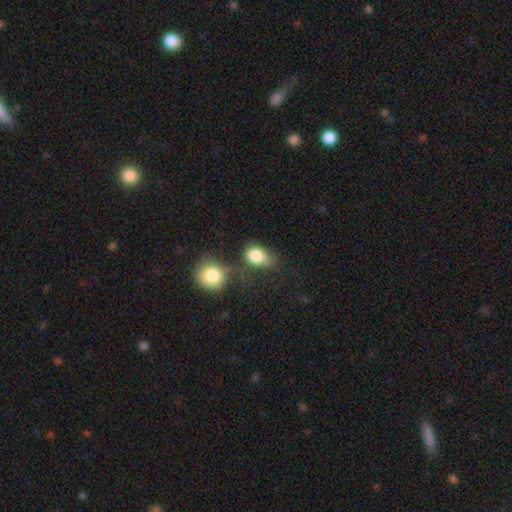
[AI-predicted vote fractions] Smooth or featured? smooth (82%)
How rounded? in between (71%)
Merging? none (37%)